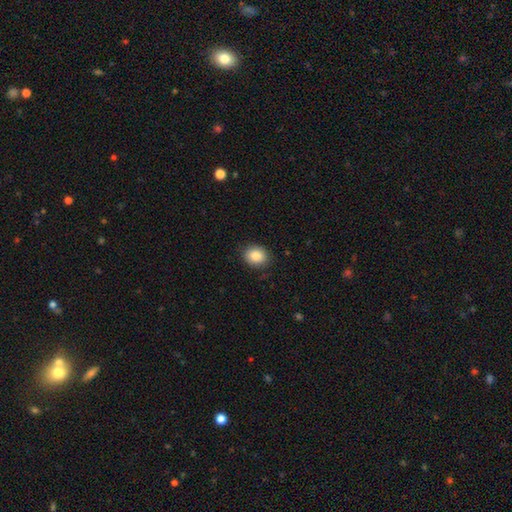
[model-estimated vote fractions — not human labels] smooth 87%, star or artifact 8%, featured or disk 5%. Down the decision tree: how rounded — round (62%); merging — none (88%).